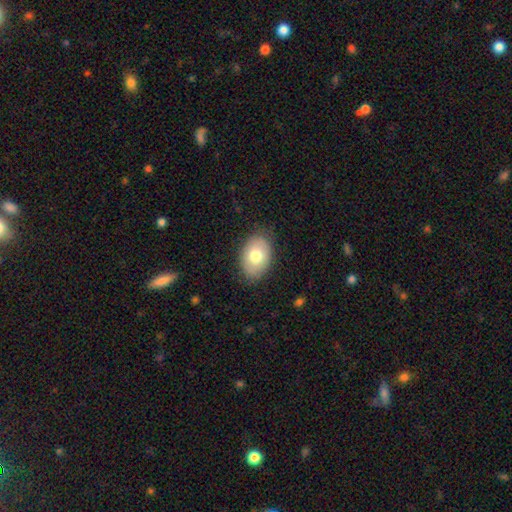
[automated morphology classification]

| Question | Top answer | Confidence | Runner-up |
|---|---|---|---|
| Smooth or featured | smooth | 75% | featured or disk (18%) |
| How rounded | in between | 86% | round (12%) |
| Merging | none | 83% | minor disturbance (13%) |